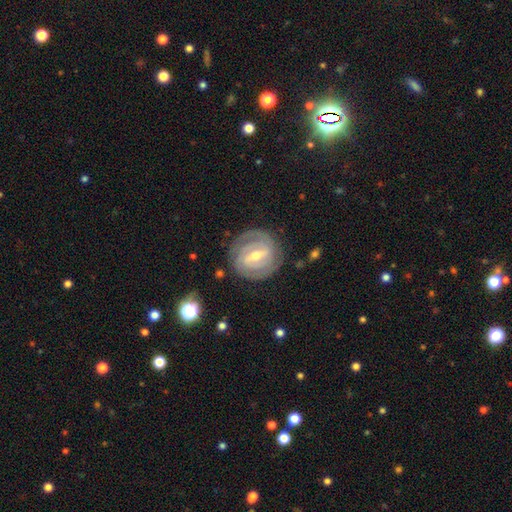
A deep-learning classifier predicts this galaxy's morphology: type=featured or disk (87%); edge-on=no (96%); bar=strong (50%); spiral arms=yes (95%); winding=tight (76%); arm count=2 (57%); bulge=moderate (59%); merging=none (82%).